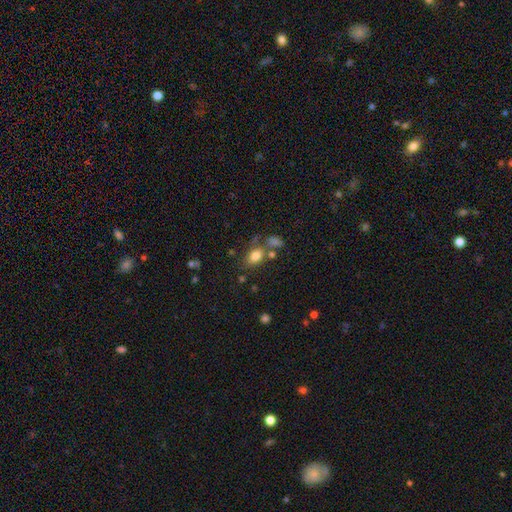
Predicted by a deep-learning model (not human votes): The model was most divided on "merging": none: 61%, merger: 17%, minor disturbance: 16%, major disturbance: 7%. More confident: how rounded — in between (81%); smooth or featured — smooth (79%).